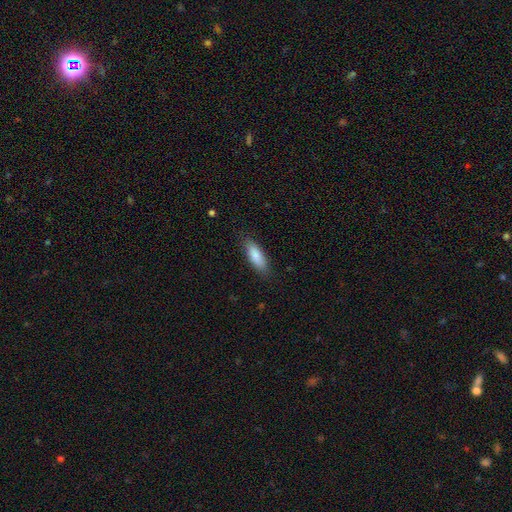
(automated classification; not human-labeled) The model was most divided on "how rounded": in between: 57%, cigar-shaped: 41%, round: 2%. More confident: smooth or featured — smooth (86%); merging — none (85%).